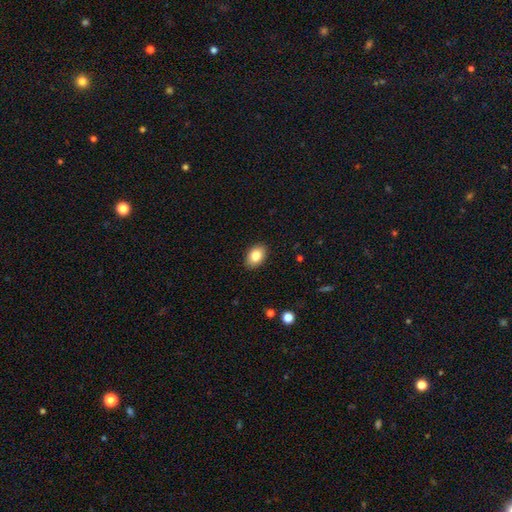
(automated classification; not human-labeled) smooth-or-featured: smooth: 84% | star or artifact: 8% | featured or disk: 8%
  how-rounded: in between: 84% | round: 15% | cigar-shaped: 1%
  merging: none: 89% | minor disturbance: 8% | major disturbance: 2% | merger: 1%